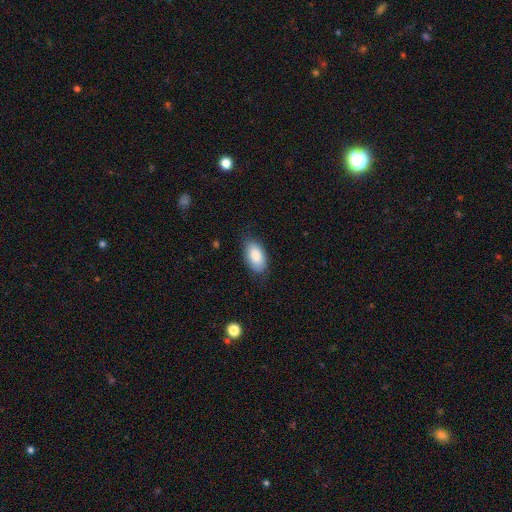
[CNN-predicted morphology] This appears to be a smooth galaxy with no disk features (85%) that is in between round and cigar-shaped (94%). Merging: none (78%).